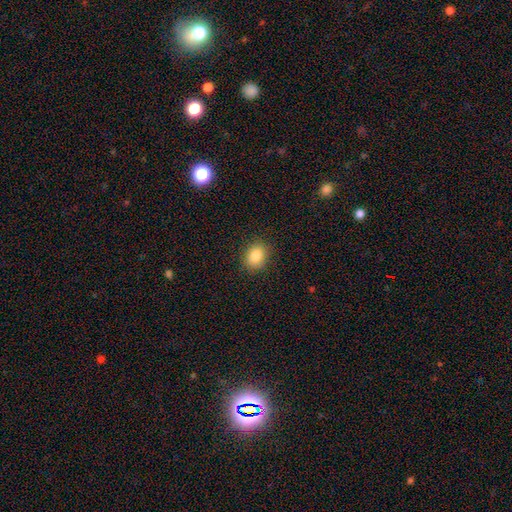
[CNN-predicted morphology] A smooth galaxy with no disk features (85%) that is in between round and cigar-shaped (53%). Merging: none (87%).